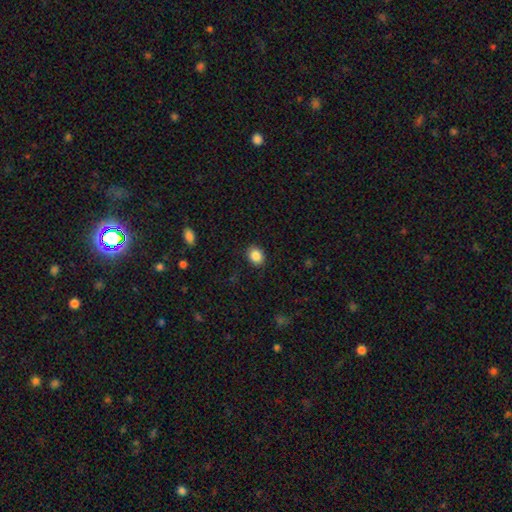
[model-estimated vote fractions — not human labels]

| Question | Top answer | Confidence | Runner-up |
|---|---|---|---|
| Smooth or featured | smooth | 87% | star or artifact (9%) |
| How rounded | round | 52% | in between (47%) |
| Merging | none | 89% | minor disturbance (8%) |